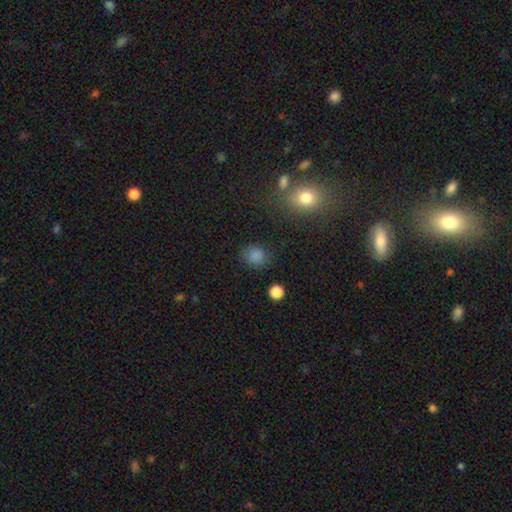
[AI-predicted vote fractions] Smooth or featured? Predicted: smooth (p=0.81). How rounded? Predicted: round (p=0.74). Merging? Predicted: none (p=0.80).